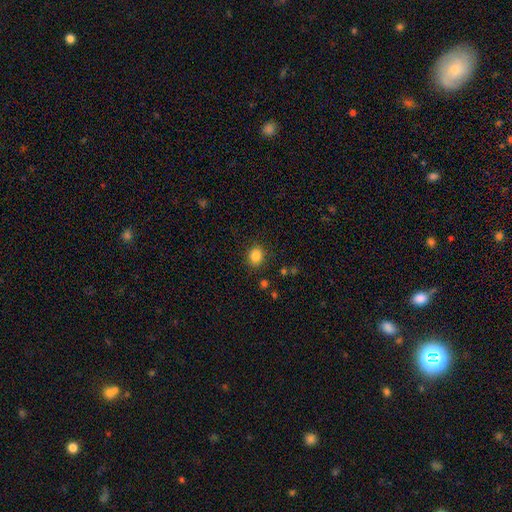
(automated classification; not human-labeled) Q: Smooth or featured?
A: smooth (84%); runner-up: star or artifact (11%)
Q: How rounded?
A: round (67%); runner-up: in between (33%)
Q: Merging?
A: none (88%); runner-up: minor disturbance (8%)